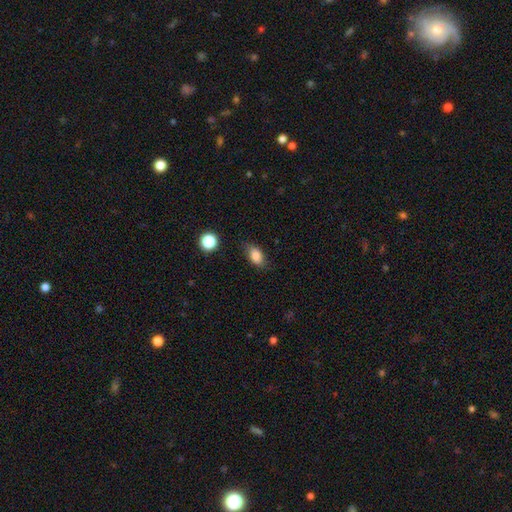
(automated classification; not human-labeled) Morphology: type=smooth (83%); roundness=in between (85%); merging=none (74%).